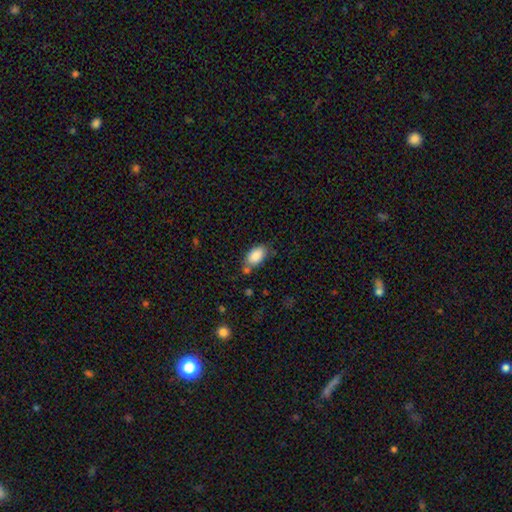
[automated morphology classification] smooth 88%, star or artifact 7%, featured or disk 5%. Down the decision tree: how rounded — in between (92%); merging — none (66%).